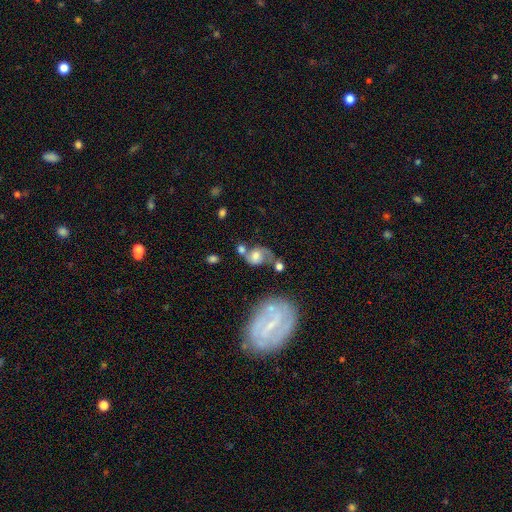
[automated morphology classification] type=featured or disk (58%); edge-on=no (97%); bar=no (63%); spiral arms=yes (83%); bulge=moderate (46%); merging=none (35%).